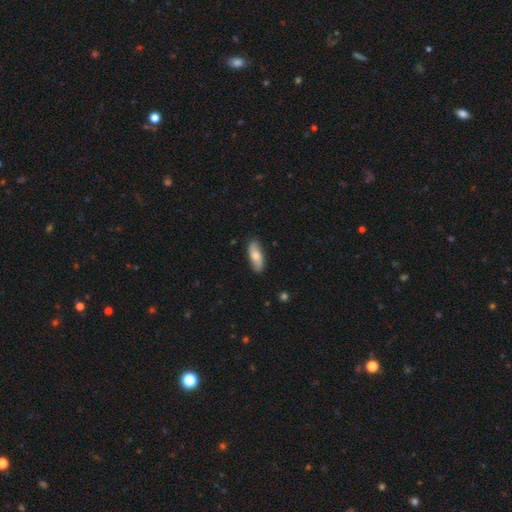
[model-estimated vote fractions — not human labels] Smooth or featured: smooth — 71% (featured or disk — 23%)
How rounded: in between — 69% (cigar-shaped — 28%)
Merging: none — 86% (minor disturbance — 11%)